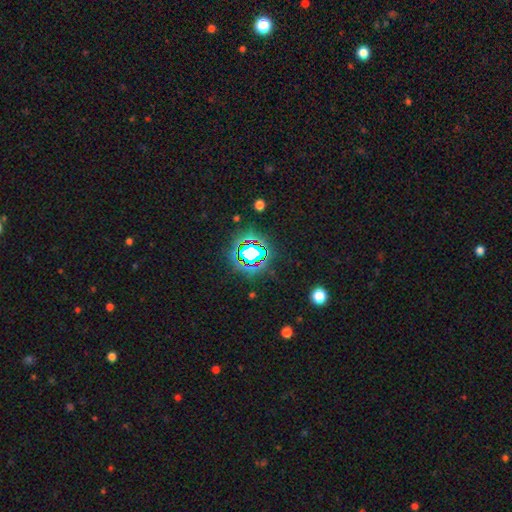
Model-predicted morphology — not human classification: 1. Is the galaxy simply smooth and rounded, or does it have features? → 69% star or artifact, 19% smooth, 12% featured or disk.